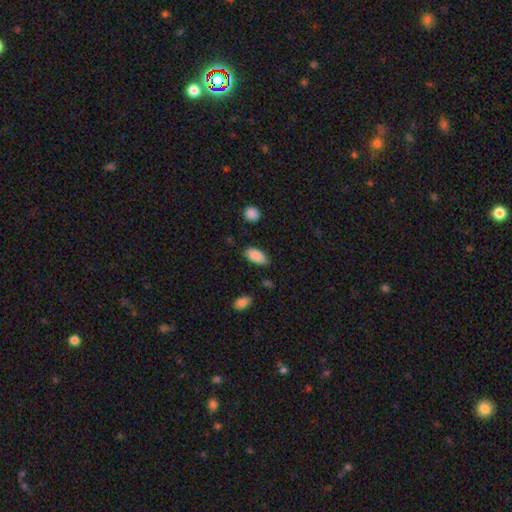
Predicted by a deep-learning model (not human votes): Morphology: type=smooth (87%); roundness=in between (92%); merging=none (80%).